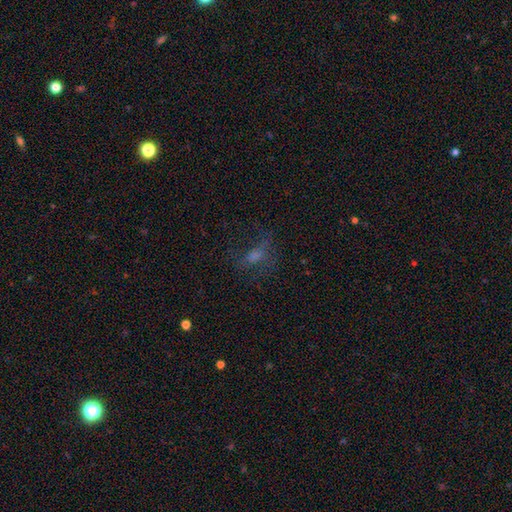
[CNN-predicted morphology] The model was most divided on "smooth or featured": smooth: 45%, featured or disk: 31%, star or artifact: 24%. Remaining: merging — none (50%).